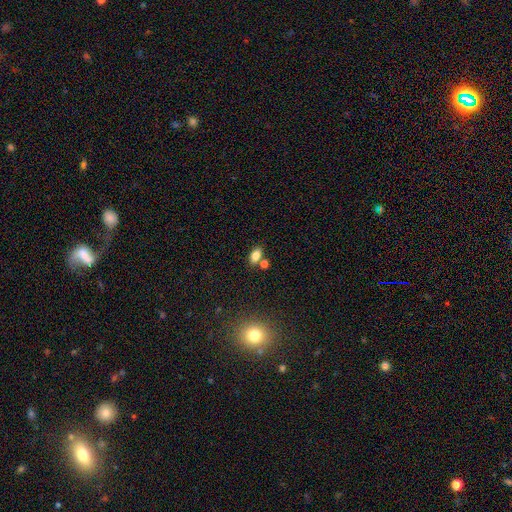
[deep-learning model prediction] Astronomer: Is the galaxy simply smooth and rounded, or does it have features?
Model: smooth — 80%.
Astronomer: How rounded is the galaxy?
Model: in between — 87%.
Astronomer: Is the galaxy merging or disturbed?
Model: none — 67%.